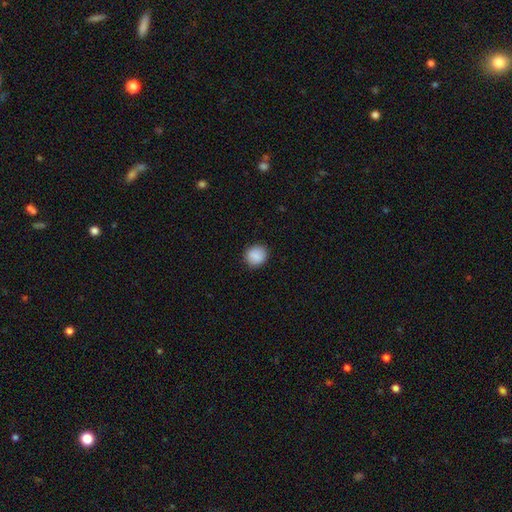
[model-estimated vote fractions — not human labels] Overall: smooth (88%). How rounded: round (84%). Merging: none (89%).